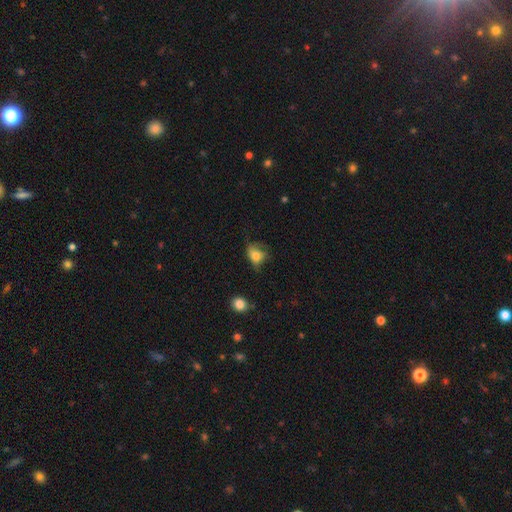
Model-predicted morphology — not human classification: The model was most divided on "merging": none: 41%, minor disturbance: 34%, major disturbance: 23%, merger: 2%. More confident: smooth or featured — smooth (73%); how rounded — in between (59%).